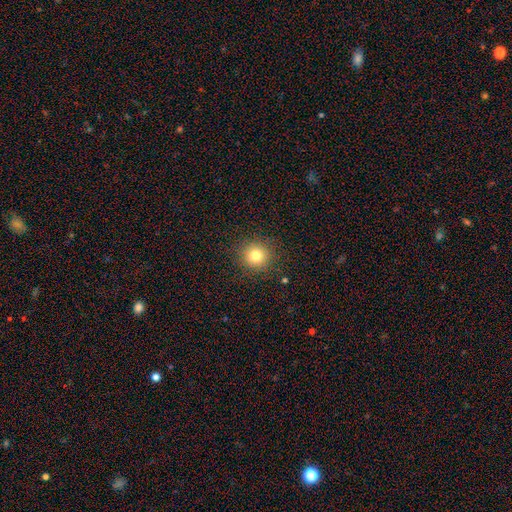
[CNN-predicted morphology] This is likely a smooth galaxy (79%). How rounded: clearly round (92%). Merging: clearly none (90%).